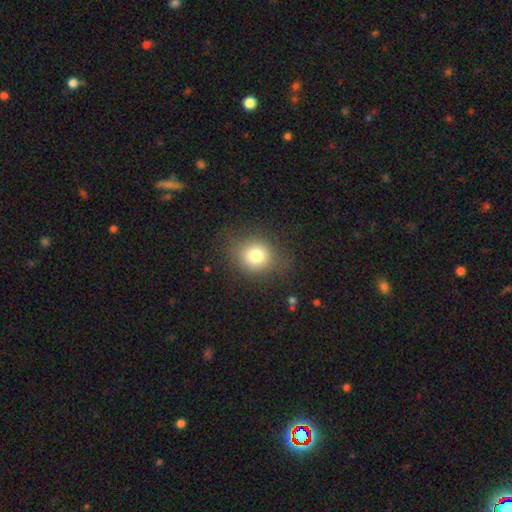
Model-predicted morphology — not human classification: The model was most divided on "how rounded": round: 75%, in between: 24%, cigar-shaped: 1%. More confident: merging — none (79%); smooth or featured — smooth (76%).